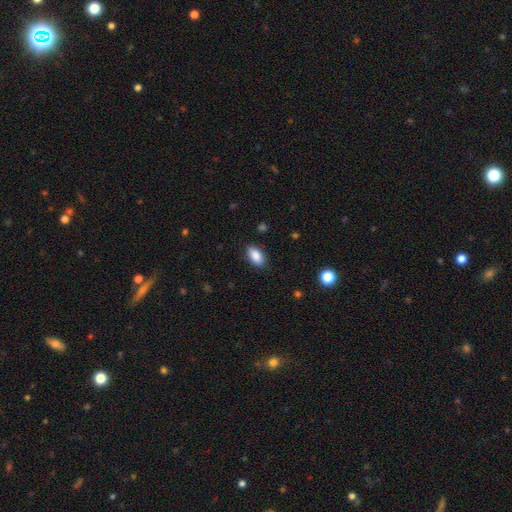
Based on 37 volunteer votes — Smooth or featured?
  - smooth: 86% *
  - featured or disk: 14%
  - star or artifact: 0%
How rounded?
  - in between: 94% *
  - round: 3%
  - cigar-shaped: 3%
Merging?
  - none: 84% *
  - minor disturbance: 14%
  - merger: 3%
  - major disturbance: 0%